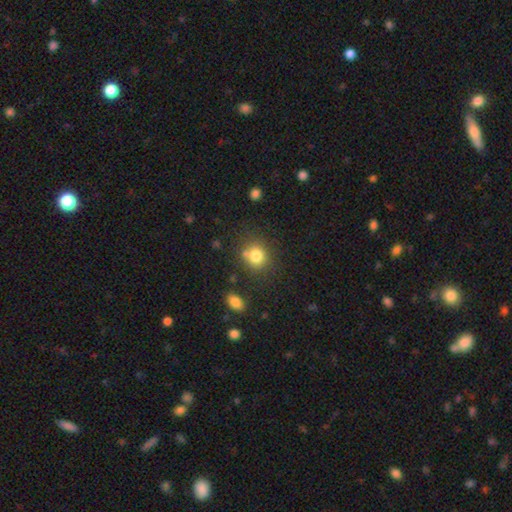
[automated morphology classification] smooth_or_featured: smooth (p=0.80) [alt: star or artifact p=0.12]
how_rounded: round (p=0.77) [alt: in between p=0.22]
merging: none (p=0.68) [alt: minor disturbance p=0.14]